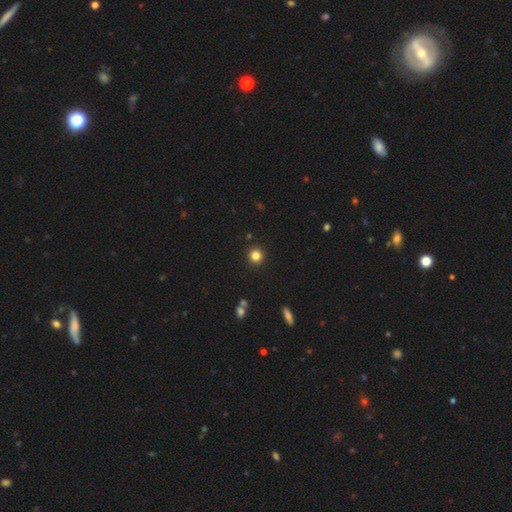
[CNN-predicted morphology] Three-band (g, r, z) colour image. It shows a smooth galaxy with no disk features (82%) that is round (95%). Merging: none (92%).